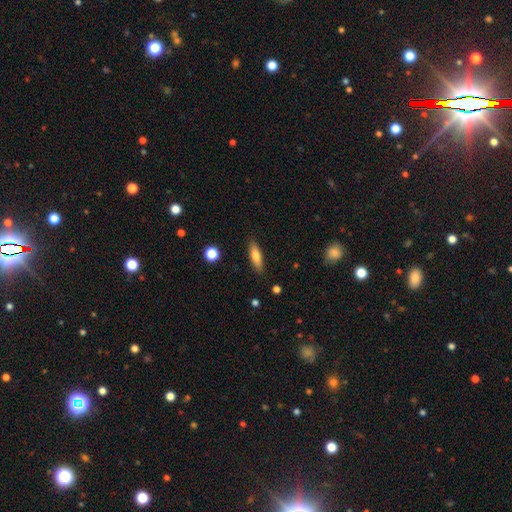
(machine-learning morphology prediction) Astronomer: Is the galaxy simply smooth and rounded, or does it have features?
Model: smooth — 74%.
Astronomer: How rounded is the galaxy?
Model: cigar-shaped — 56% (runner-up: in between, 41%).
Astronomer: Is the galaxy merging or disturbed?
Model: none — 88%.